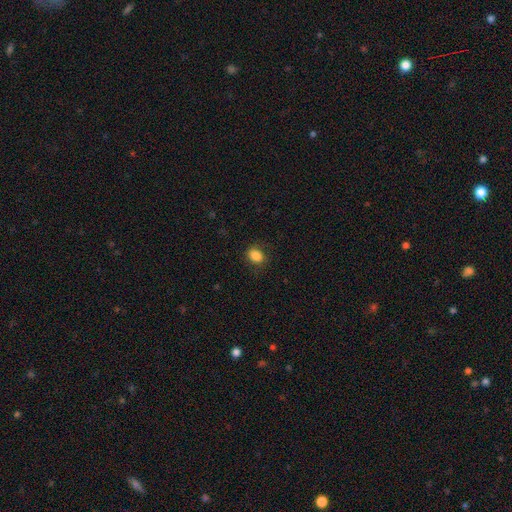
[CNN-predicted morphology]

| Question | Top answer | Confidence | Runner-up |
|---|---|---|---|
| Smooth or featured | smooth | 86% | star or artifact (10%) |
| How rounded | in between | 59% | round (40%) |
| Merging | none | 84% | minor disturbance (12%) |